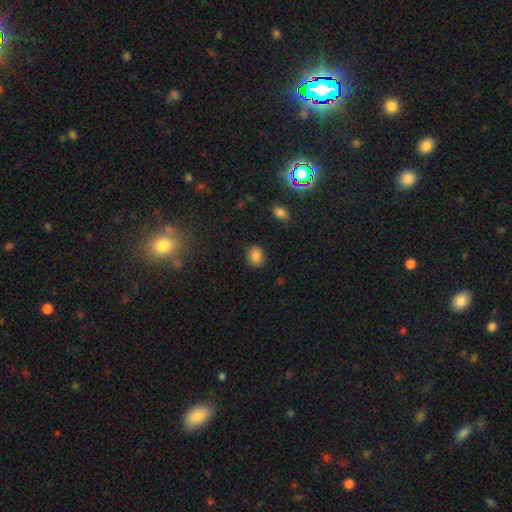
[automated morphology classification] Smooth or featured?
  - smooth: 83% *
  - star or artifact: 12%
  - featured or disk: 5%
How rounded?
  - round: 53% *
  - in between: 46%
  - cigar-shaped: 1%
Merging?
  - none: 85% *
  - minor disturbance: 11%
  - major disturbance: 3%
  - merger: 1%